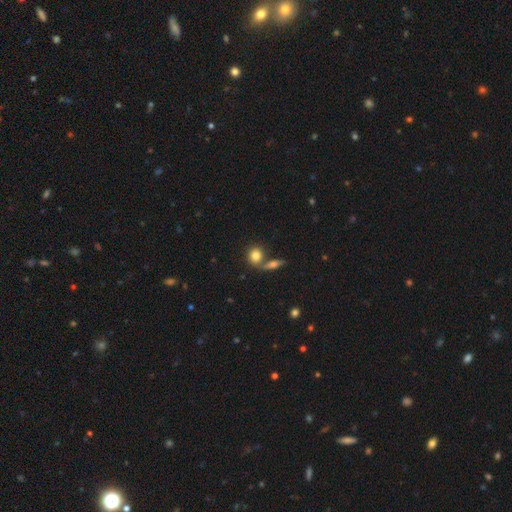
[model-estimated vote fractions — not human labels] Overall: smooth (79%). How rounded: round (69%). Merging: none (53%; merger 34%).